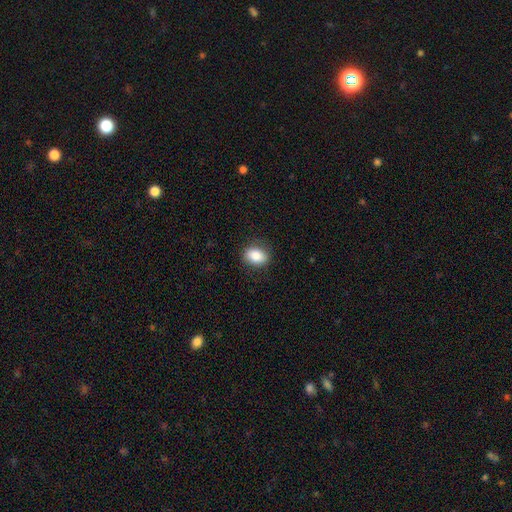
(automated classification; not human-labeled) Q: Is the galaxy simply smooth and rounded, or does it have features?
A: smooth — 84%.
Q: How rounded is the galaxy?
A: in between — 68%.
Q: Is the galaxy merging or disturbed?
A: none — 85%.